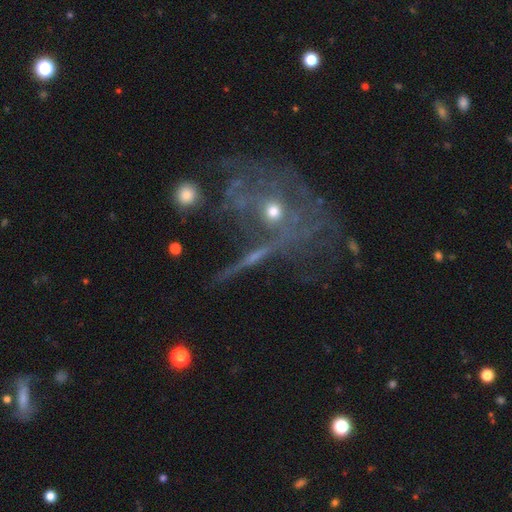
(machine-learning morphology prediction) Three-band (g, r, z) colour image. It shows a featured or disk galaxy (67%) viewed edge-on (57%). Merging: none (57%).